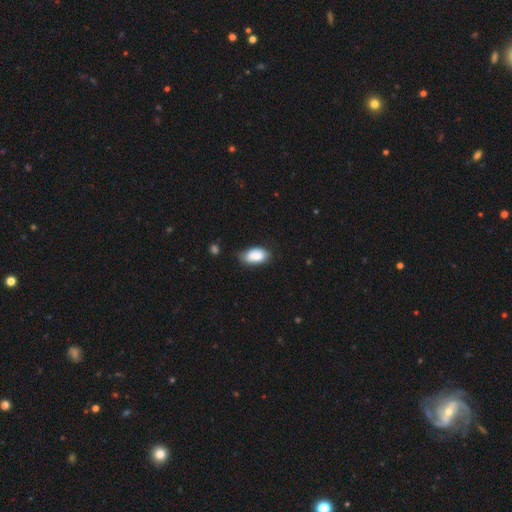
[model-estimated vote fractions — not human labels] Morphology: type=smooth (84%); roundness=in between (93%); merging=none (61%).